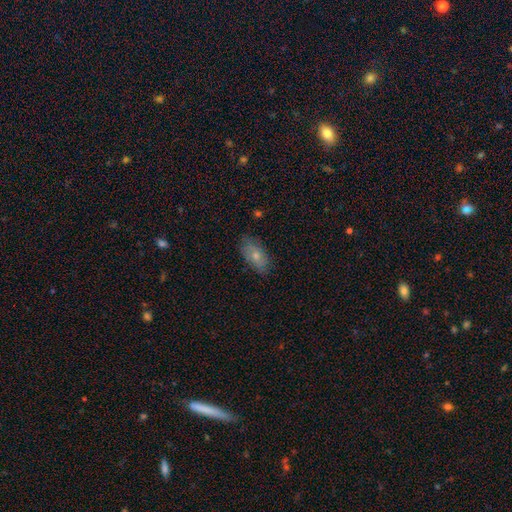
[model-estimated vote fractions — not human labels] A smooth galaxy with no disk features (63%) that is in between round and cigar-shaped (90%). Merging: none (77%).